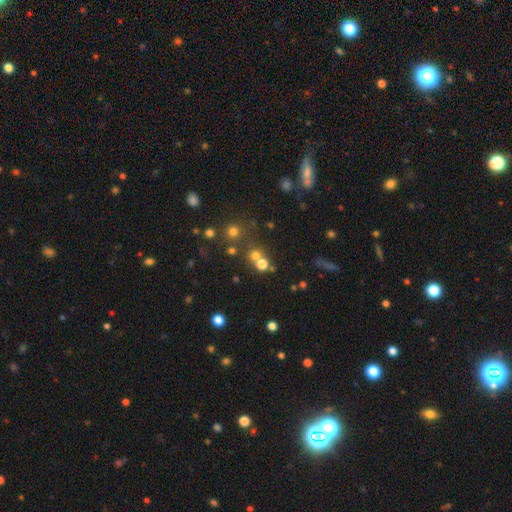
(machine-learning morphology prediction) Q: Smooth or featured?
A: smooth (63%); runner-up: star or artifact (28%)
Q: How rounded?
A: round (88%); runner-up: in between (11%)
Q: Merging?
A: none (64%); runner-up: merger (25%)